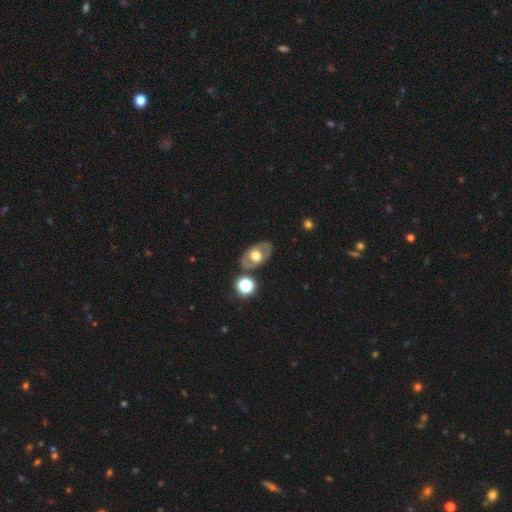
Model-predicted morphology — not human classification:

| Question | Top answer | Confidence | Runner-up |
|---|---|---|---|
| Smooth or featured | featured or disk | 51% | smooth (41%) |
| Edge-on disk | no | 89% | yes (11%) |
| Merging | none | 78% | minor disturbance (12%) |